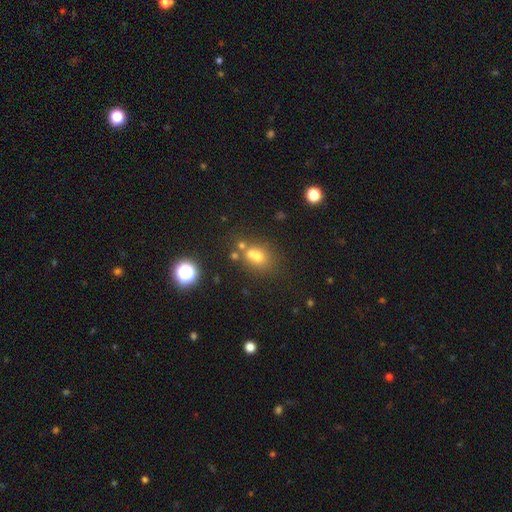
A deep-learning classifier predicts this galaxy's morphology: The model was most divided on "merging": none: 44%, merger: 39%, minor disturbance: 11%, major disturbance: 6%. More confident: smooth or featured — smooth (63%); how rounded — round (61%).